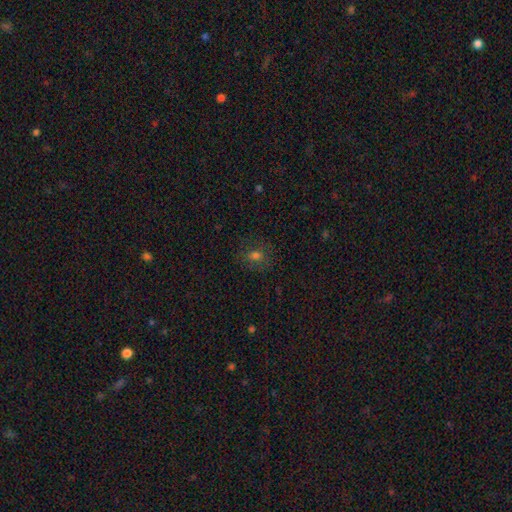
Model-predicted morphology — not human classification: A smooth galaxy with no disk features (61%) that is round (58%).

Vote fractions:
- Smooth or featured? smooth: 61% / star or artifact: 25% / featured or disk: 14%
- How rounded? round: 58% / in between: 41% / cigar-shaped: 2%
- Merging? none: 78% / minor disturbance: 14% / major disturbance: 6% / merger: 1%